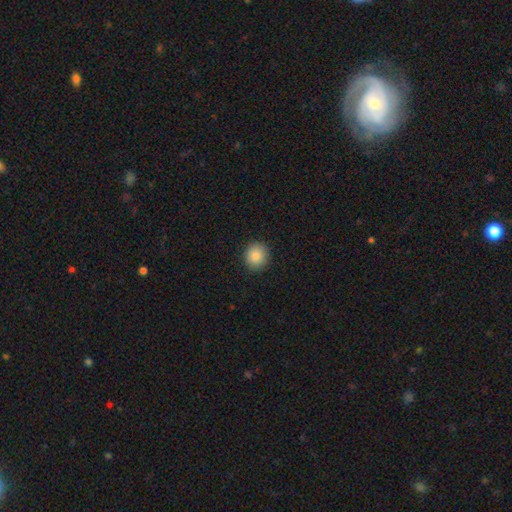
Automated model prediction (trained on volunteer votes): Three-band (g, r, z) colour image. It shows a smooth galaxy with no disk features (87%) that is round (85%). Merging: none (90%).